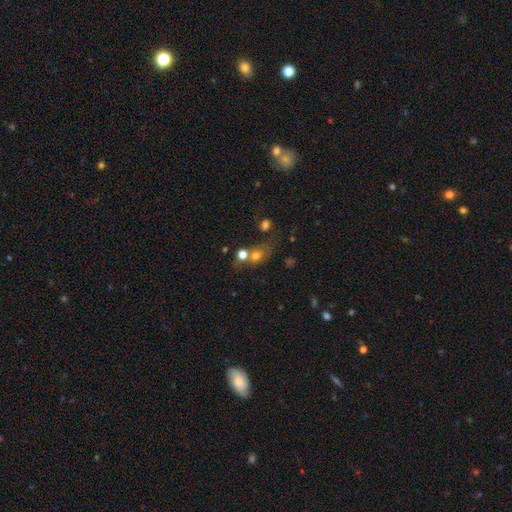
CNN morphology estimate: type=smooth (67%); roundness=round (62%); merging=merger (40%, tied with none).